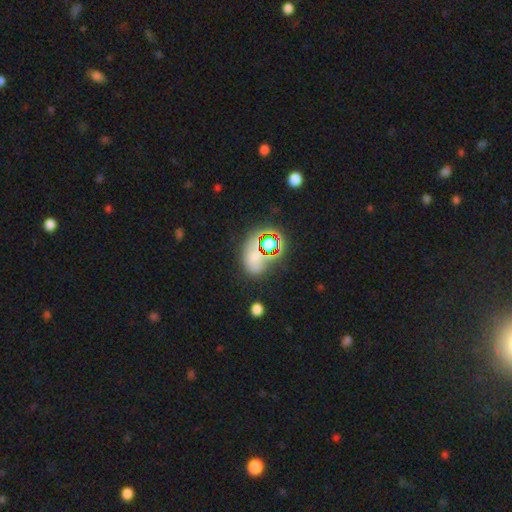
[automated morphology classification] Q: Smooth or featured?
A: smooth (49%); runner-up: star or artifact (38%)
Q: Merging?
A: none (58%); runner-up: minor disturbance (19%)